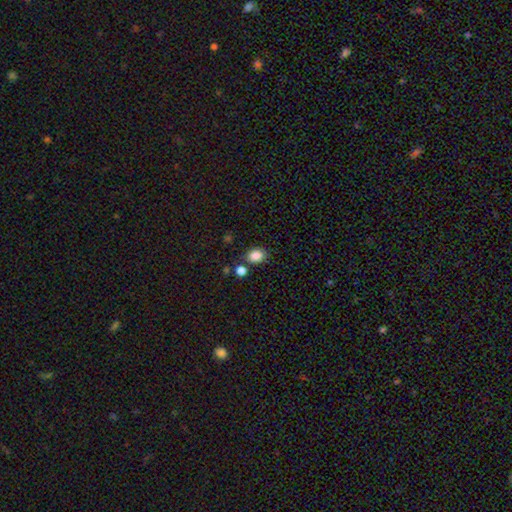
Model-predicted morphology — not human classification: Smooth or featured? Predicted: smooth (p=0.85). How rounded? Predicted: in between (p=0.51). Merging? Predicted: none (p=0.76).